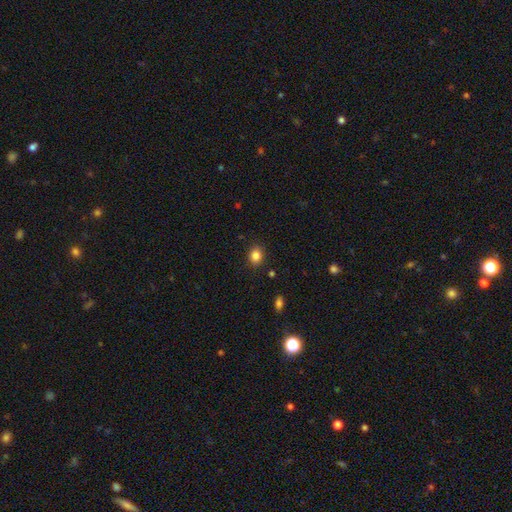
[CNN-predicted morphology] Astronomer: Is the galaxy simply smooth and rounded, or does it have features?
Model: smooth — 85%.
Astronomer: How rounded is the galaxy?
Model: round — 60% (runner-up: in between, 39%).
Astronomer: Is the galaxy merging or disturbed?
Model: none — 87%.